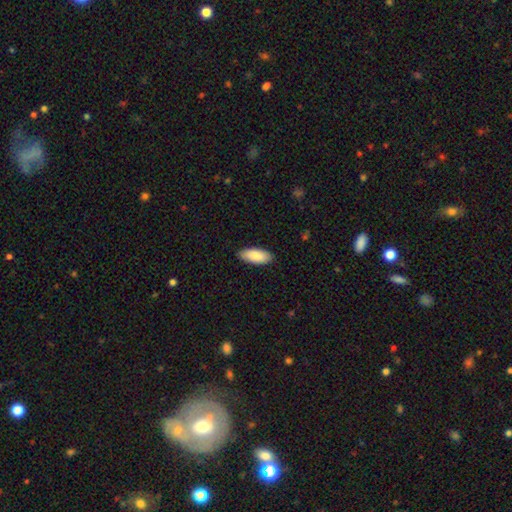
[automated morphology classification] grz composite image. It shows a smooth galaxy with no disk features (87%) that is in between round and cigar-shaped (83%). Merging: none (88%).